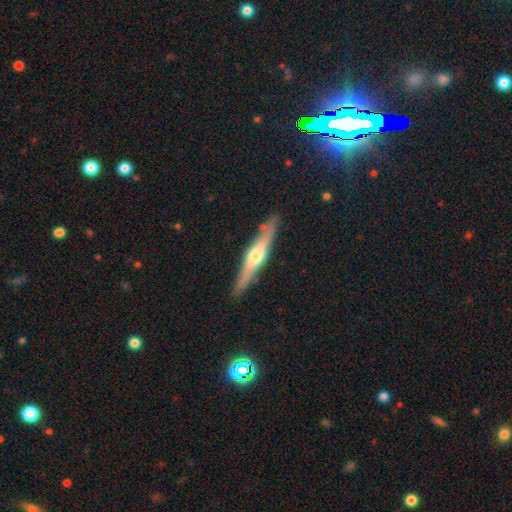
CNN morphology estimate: smooth_or_featured: featured or disk (p=0.63) [alt: smooth p=0.32]
disk_edge_on: yes (p=0.95) [alt: no p=0.05]
edge_on_bulge: rounded (p=0.87) [alt: boxy p=0.07]
merging: none (p=0.86) [alt: minor disturbance p=0.10]